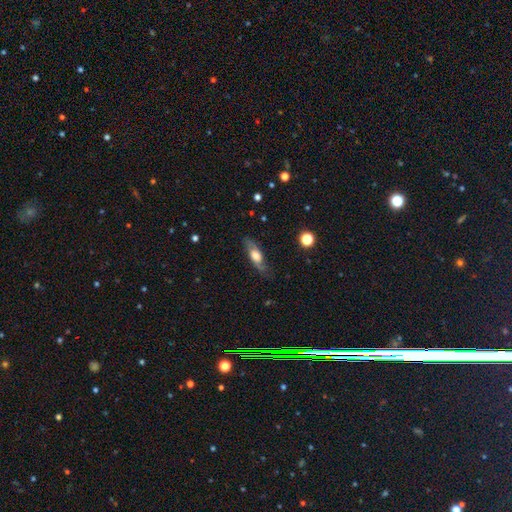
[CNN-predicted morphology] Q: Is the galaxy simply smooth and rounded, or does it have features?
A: featured or disk — 50%.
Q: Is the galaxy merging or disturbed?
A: none — 74%.